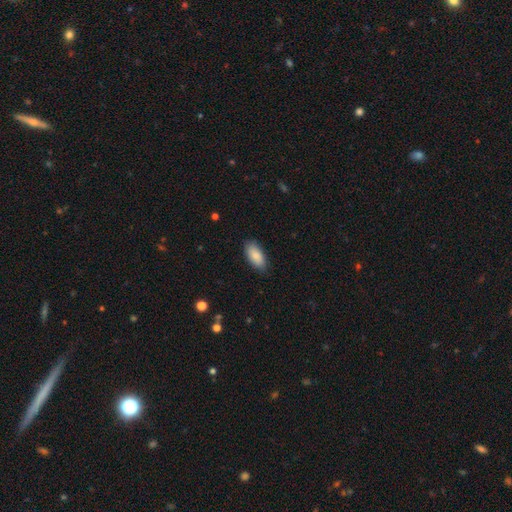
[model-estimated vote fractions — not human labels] Morphology: type=smooth (88%); roundness=in between (90%); merging=none (86%).